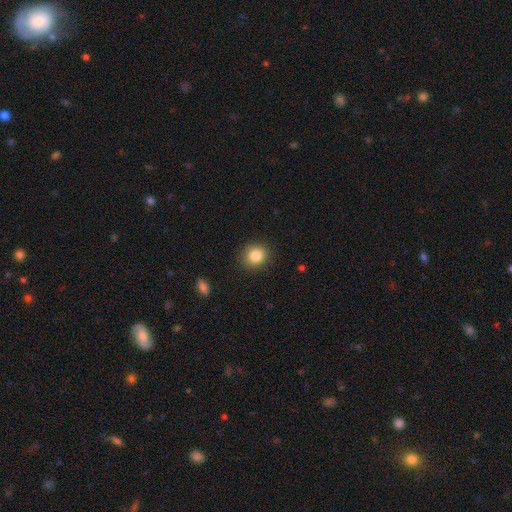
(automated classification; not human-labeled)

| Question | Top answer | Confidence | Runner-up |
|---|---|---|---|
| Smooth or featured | smooth | 84% | star or artifact (10%) |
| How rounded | round | 84% | in between (15%) |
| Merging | none | 89% | minor disturbance (8%) |